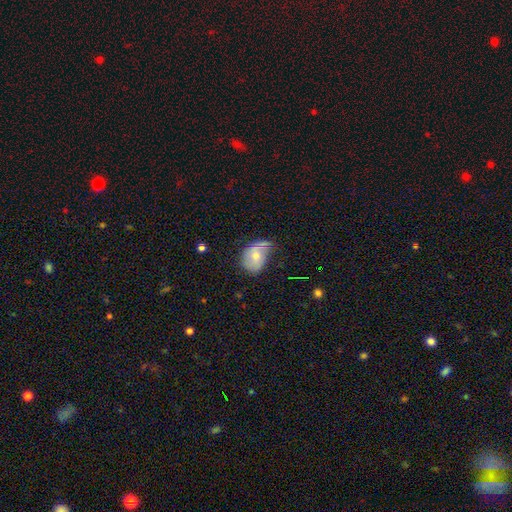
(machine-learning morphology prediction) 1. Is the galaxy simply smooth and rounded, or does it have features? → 53% smooth, 39% featured or disk, 8% star or artifact.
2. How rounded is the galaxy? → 73% in between, 26% round, 1% cigar-shaped.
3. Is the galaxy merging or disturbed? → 41% minor disturbance, 32% none, 22% major disturbance, 4% merger.